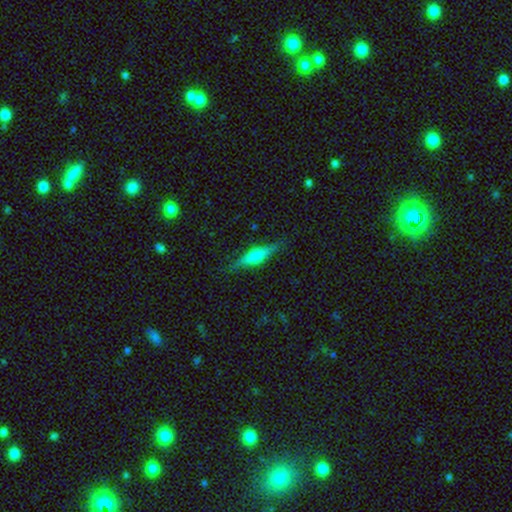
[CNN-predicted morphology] type=featured or disk (61%); edge-on=yes (95%); edge-on bulge=rounded (85%); merging=none (84%).